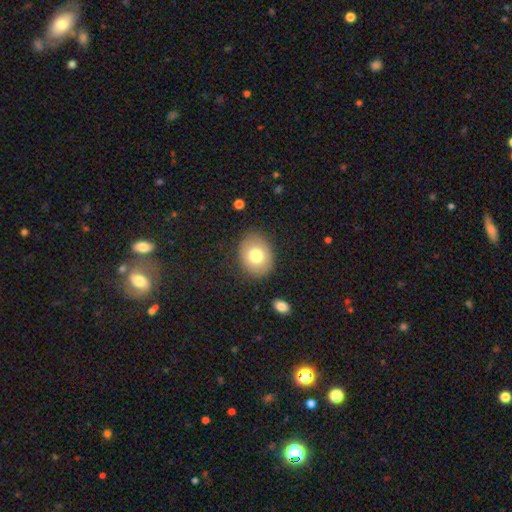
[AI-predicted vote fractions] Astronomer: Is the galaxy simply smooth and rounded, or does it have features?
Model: smooth — 74%.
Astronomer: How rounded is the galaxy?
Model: round — 56% (runner-up: in between, 44%).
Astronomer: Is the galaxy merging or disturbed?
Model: none — 85%.